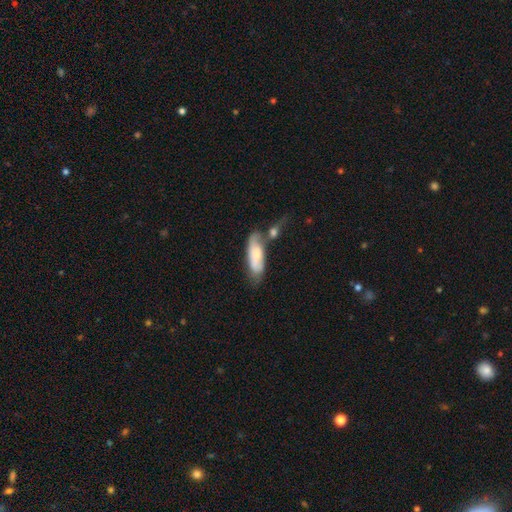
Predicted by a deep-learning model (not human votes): This appears to be a smooth galaxy with no disk features (63%) that is in between round and cigar-shaped (66%). Merging: none (40%).